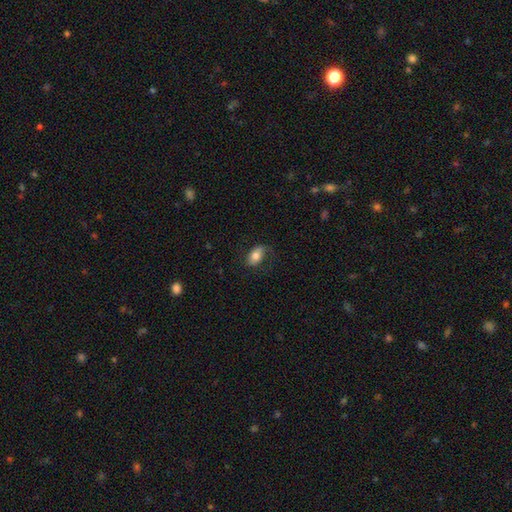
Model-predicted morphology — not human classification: smooth_or_featured: smooth (p=0.71) [alt: featured or disk p=0.22]
how_rounded: in between (p=0.90) [alt: round p=0.08]
merging: none (p=0.65) [alt: minor disturbance p=0.22]